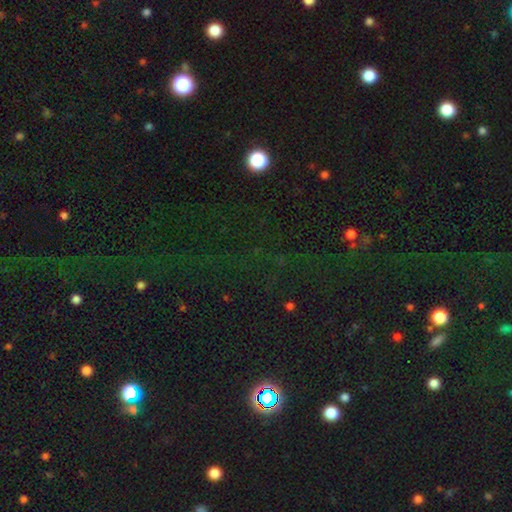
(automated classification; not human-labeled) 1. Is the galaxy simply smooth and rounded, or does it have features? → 72% star or artifact, 19% smooth, 9% featured or disk.